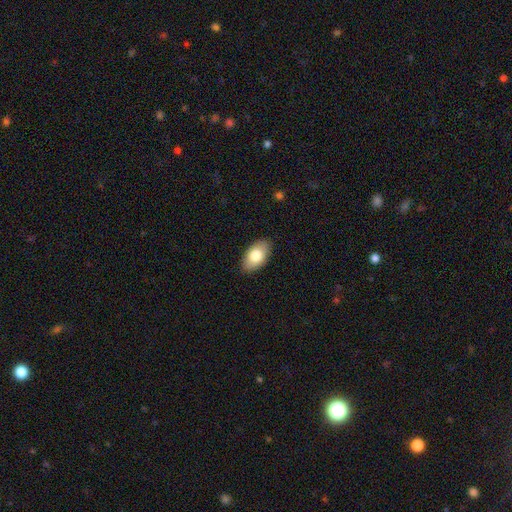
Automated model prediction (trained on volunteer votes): smooth_or_featured: smooth (p=0.80) [alt: featured or disk p=0.14]
how_rounded: in between (p=0.94) [alt: round p=0.04]
merging: none (p=0.88) [alt: minor disturbance p=0.09]